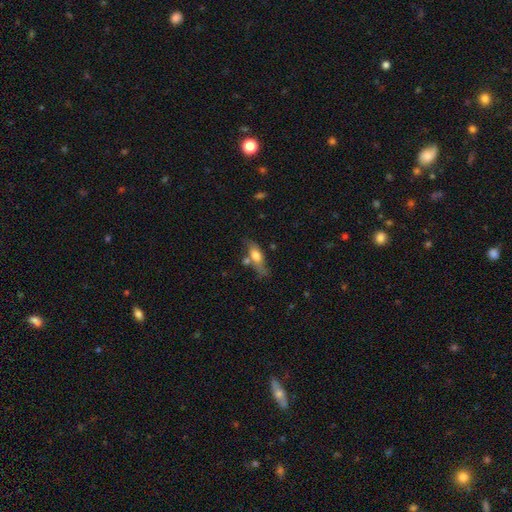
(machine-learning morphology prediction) smooth 58%, featured or disk 35%, star or artifact 7%. Down the decision tree: how rounded — in between (59%); merging — none (54%).